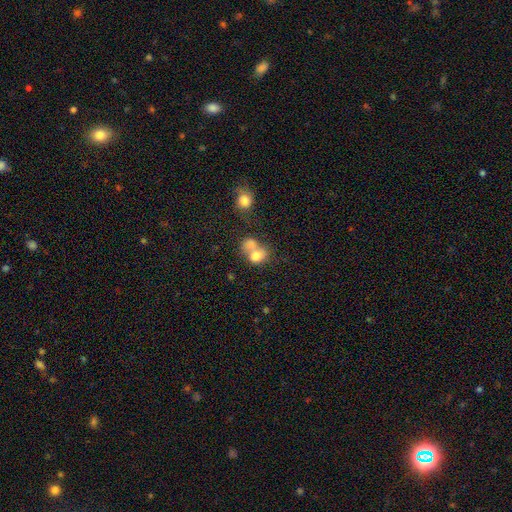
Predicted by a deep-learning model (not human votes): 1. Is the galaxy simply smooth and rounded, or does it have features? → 75% smooth, 15% featured or disk, 10% star or artifact.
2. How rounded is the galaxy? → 52% round, 47% in between, 1% cigar-shaped.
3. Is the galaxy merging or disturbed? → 66% merger, 21% none, 8% minor disturbance, 5% major disturbance.